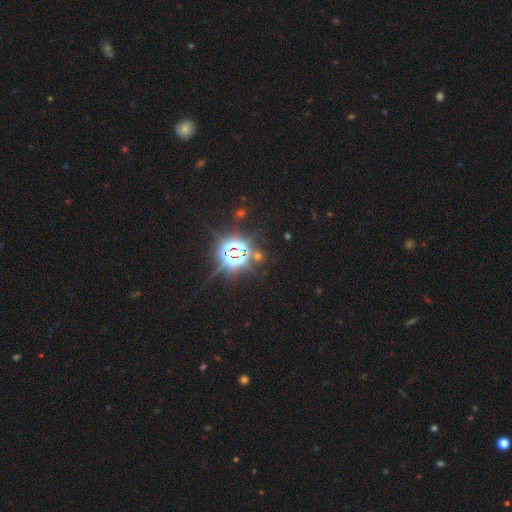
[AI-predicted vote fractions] A star or artifact, not a galaxy (82%).

Vote fractions:
- Smooth or featured? star or artifact: 82% / smooth: 10% / featured or disk: 8%